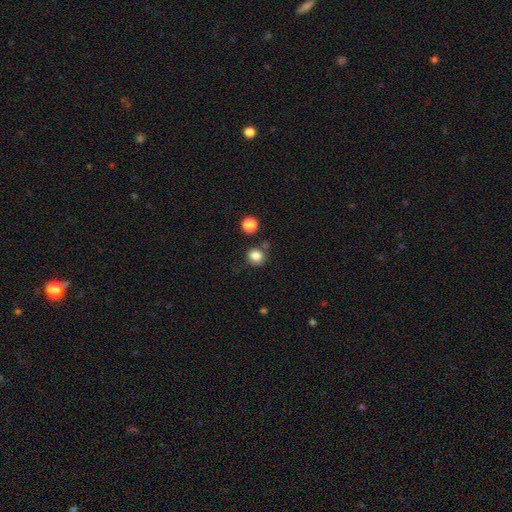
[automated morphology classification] Smooth or featured?
  - smooth: 84% *
  - star or artifact: 11%
  - featured or disk: 5%
How rounded?
  - round: 89% *
  - in between: 10%
  - cigar-shaped: 1%
Merging?
  - none: 78% *
  - minor disturbance: 10%
  - merger: 8%
  - major disturbance: 3%